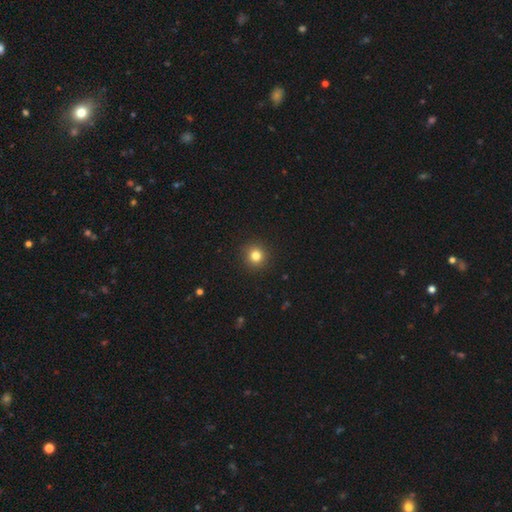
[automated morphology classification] type=smooth (82%); roundness=round (94%); merging=none (92%).